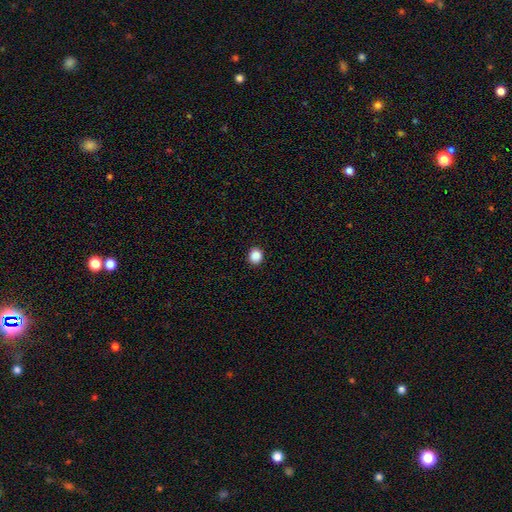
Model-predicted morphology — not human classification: Q: Smooth or featured?
A: smooth (88%); runner-up: star or artifact (10%)
Q: How rounded?
A: round (86%); runner-up: in between (13%)
Q: Merging?
A: none (93%); runner-up: minor disturbance (5%)